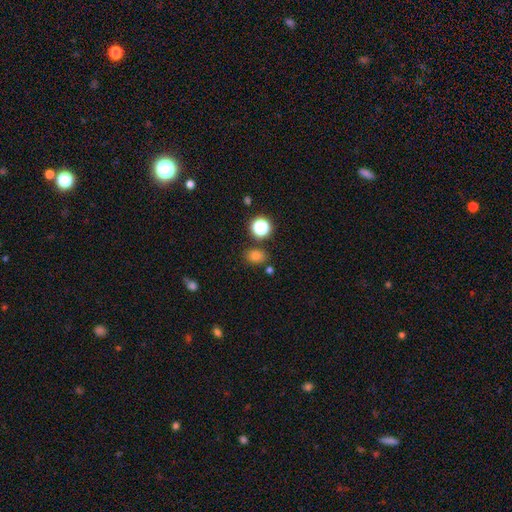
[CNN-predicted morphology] Overall: smooth (75%). How rounded: in between (55%; round 44%). Merging: none (80%).